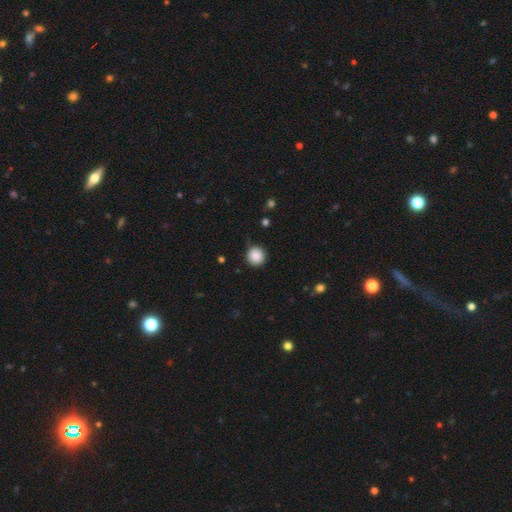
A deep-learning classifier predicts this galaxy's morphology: smooth-or-featured: smooth: 87% | star or artifact: 9% | featured or disk: 3%
  how-rounded: round: 95% | in between: 4% | cigar-shaped: 1%
  merging: none: 86% | minor disturbance: 10% | major disturbance: 2% | merger: 1%